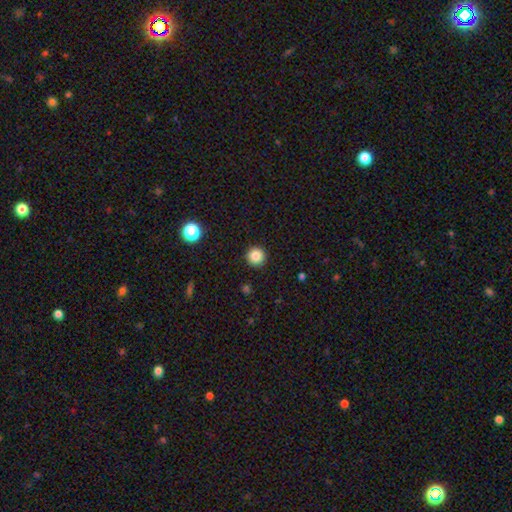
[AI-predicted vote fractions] A smooth galaxy with no disk features (85%) that is round (96%).

Vote fractions:
- Smooth or featured? smooth: 85% / star or artifact: 10% / featured or disk: 4%
- How rounded? round: 96% / in between: 4% / cigar-shaped: 1%
- Merging? none: 92% / minor disturbance: 5% / major disturbance: 2% / merger: 1%